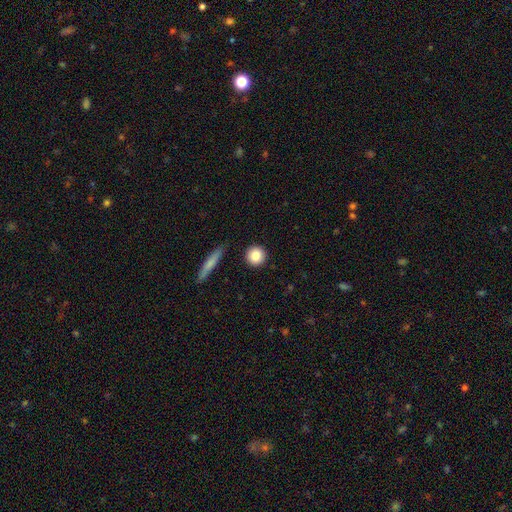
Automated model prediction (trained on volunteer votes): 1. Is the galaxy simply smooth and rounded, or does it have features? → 84% smooth, 8% star or artifact, 8% featured or disk.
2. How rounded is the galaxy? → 92% round, 6% in between, 2% cigar-shaped.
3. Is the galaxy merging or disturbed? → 90% none, 6% minor disturbance, 2% merger, 2% major disturbance.